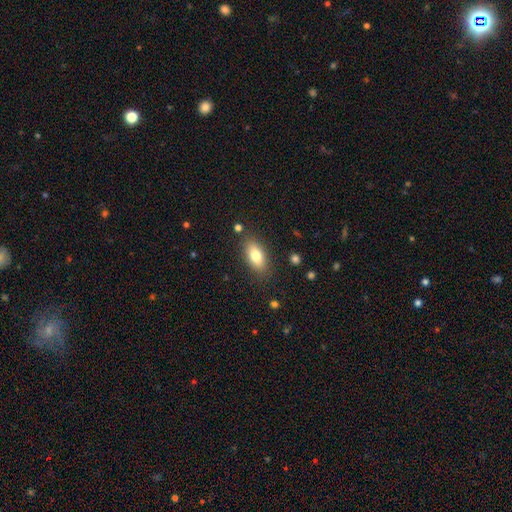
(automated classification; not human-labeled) Overall: smooth (77%). How rounded: in between (85%). Merging: none (84%).